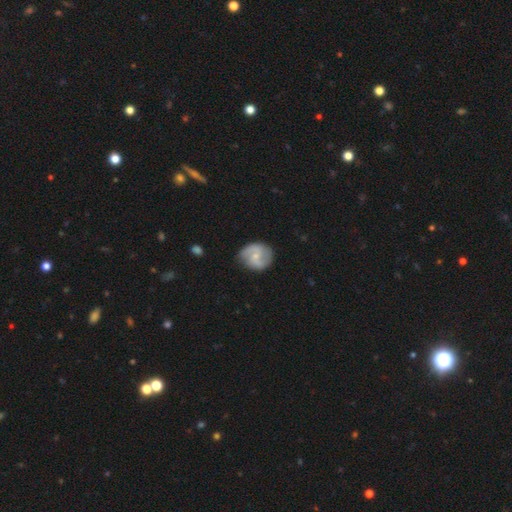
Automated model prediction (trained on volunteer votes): smooth_or_featured: featured or disk (p=0.65) [alt: smooth p=0.30]
disk_edge_on: no (p=0.98) [alt: yes p=0.02]
bar: no (p=0.46) [alt: weak p=0.44]
has_spiral_arms: yes (p=0.88) [alt: no p=0.12]
spiral_winding: medium (p=0.46) [alt: loose p=0.31]
spiral_arm_count: 2 (p=0.85) [alt: can't tell p=0.08]
bulge_size: small (p=0.65) [alt: moderate p=0.28]
merging: none (p=0.76) [alt: minor disturbance p=0.18]